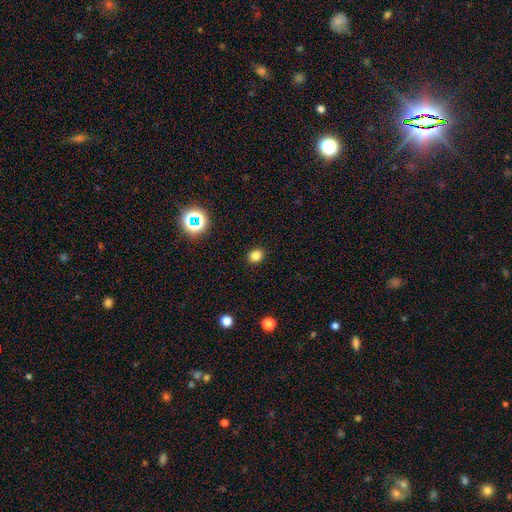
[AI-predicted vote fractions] Smooth or featured? smooth (81%)
How rounded? round (68%)
Merging? none (90%)